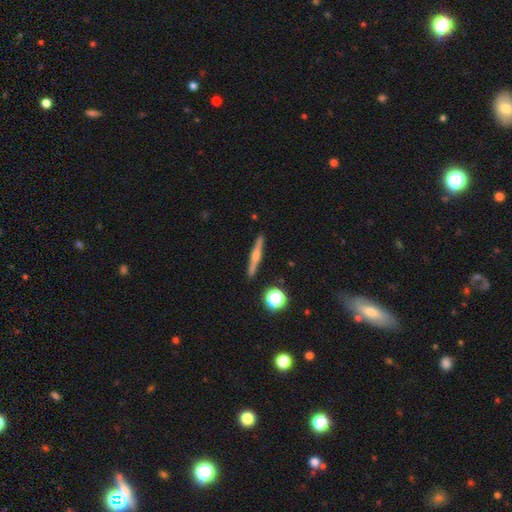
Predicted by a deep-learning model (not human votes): This is likely a featured or disk galaxy (60%). It is clearly viewed edge-on (98%). Edge-on bulge: likely rounded (77%). Merging: clearly none (91%).